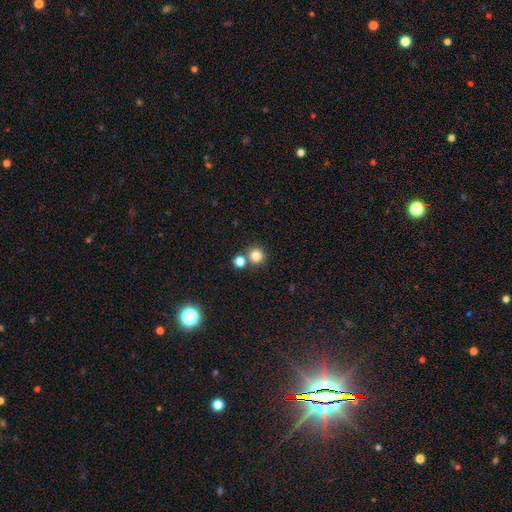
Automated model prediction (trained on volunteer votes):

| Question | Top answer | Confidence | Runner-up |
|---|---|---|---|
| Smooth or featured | smooth | 81% | star or artifact (14%) |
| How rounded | round | 92% | in between (7%) |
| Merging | none | 71% | merger (20%) |